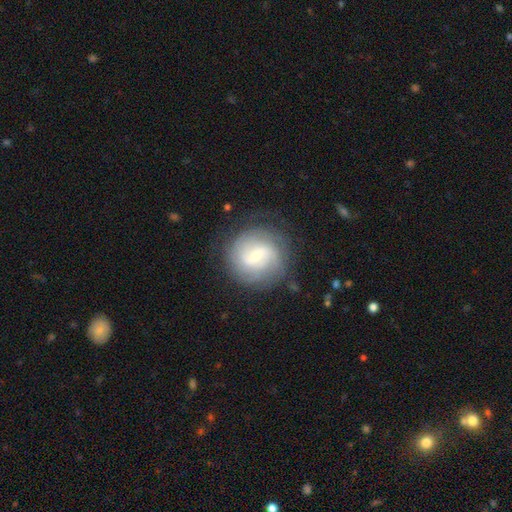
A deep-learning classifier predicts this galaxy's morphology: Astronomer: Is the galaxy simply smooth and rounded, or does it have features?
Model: featured or disk — 69%.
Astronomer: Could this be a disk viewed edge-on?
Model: no — 98%.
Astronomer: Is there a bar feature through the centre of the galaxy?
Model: weak — 58%.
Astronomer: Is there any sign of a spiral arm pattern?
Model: yes — 90%.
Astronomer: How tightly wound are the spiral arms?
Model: tight — 51% (runner-up: medium, 34%).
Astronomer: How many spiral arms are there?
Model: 2 — 39% (runner-up: can't tell, 35%).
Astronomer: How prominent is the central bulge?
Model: small — 64%.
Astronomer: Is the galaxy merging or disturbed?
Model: none — 79%.